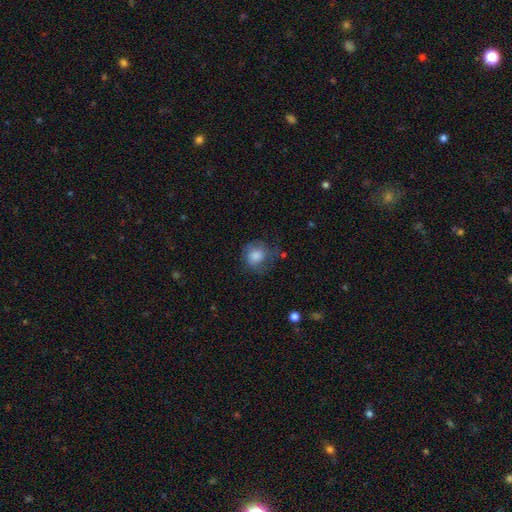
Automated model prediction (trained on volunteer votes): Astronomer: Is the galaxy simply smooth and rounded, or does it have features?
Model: smooth — 69%.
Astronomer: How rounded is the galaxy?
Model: round — 79%.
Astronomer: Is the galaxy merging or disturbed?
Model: none — 56%.